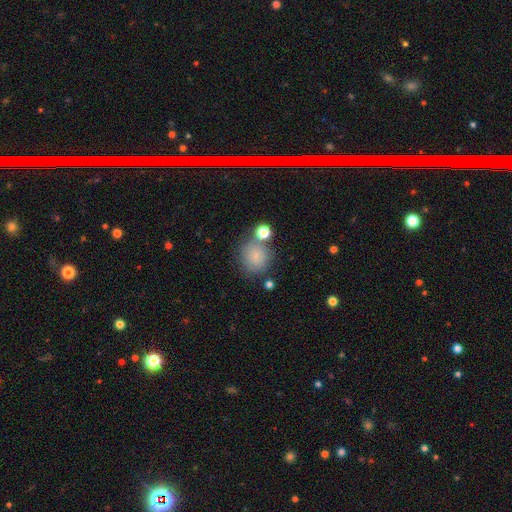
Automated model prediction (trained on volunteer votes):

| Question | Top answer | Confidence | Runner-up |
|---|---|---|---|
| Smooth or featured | smooth | 78% | star or artifact (13%) |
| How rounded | round | 87% | in between (12%) |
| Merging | none | 70% | minor disturbance (13%) |